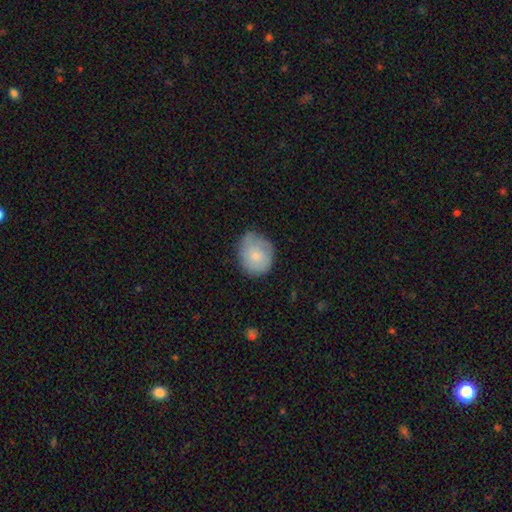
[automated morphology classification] smooth_or_featured: smooth (p=0.73) [alt: featured or disk p=0.20]
how_rounded: round (p=0.63) [alt: in between p=0.36]
merging: none (p=0.63) [alt: minor disturbance p=0.30]